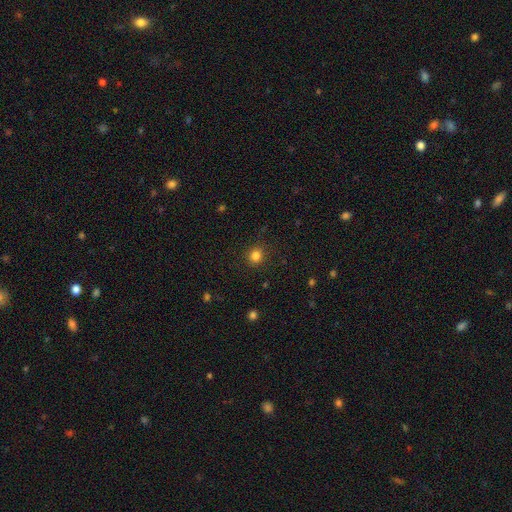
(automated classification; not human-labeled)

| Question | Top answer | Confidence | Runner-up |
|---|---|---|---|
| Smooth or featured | smooth | 82% | star or artifact (13%) |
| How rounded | round | 87% | in between (12%) |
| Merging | none | 89% | minor disturbance (7%) |